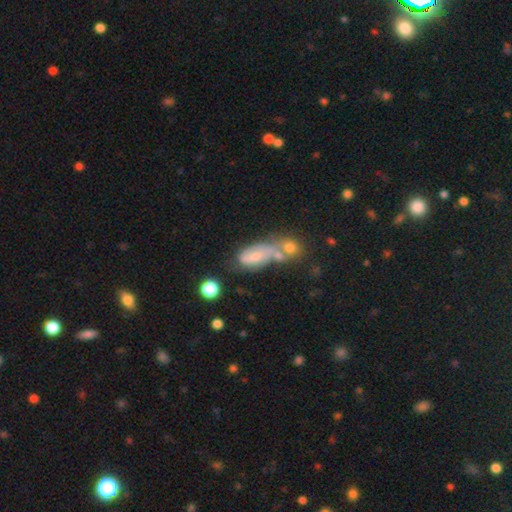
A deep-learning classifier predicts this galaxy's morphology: This is possibly a featured or disk galaxy (47%). Merging: marginally merger (42%).